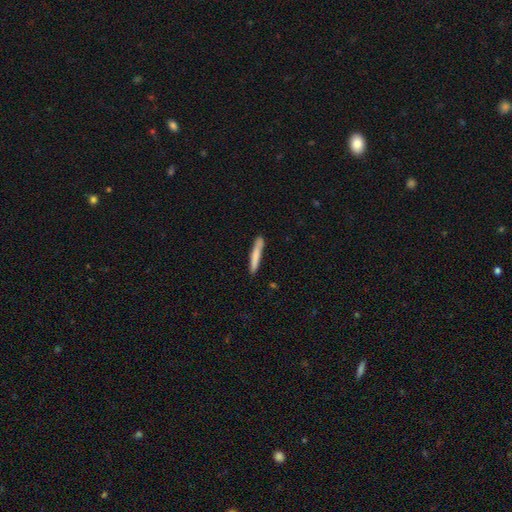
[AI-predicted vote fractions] A smooth galaxy with no disk features (77%) that is cigar-shaped (94%).

Vote fractions:
- Smooth or featured? smooth: 77% / featured or disk: 17% / star or artifact: 6%
- How rounded? cigar-shaped: 94% / in between: 4% / round: 1%
- Merging? none: 83% / minor disturbance: 13% / major disturbance: 2% / merger: 2%